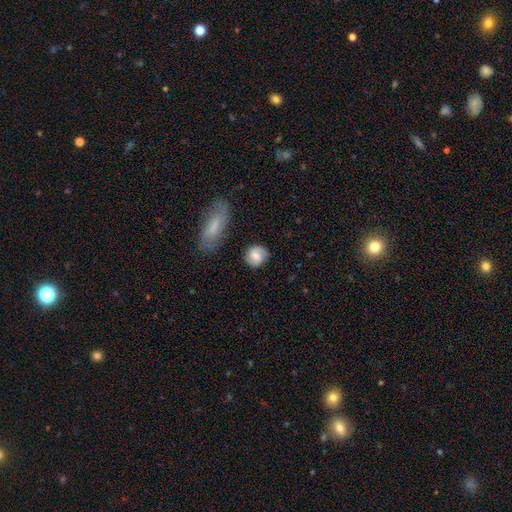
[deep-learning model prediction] smooth-or-featured: smooth: 56% | featured or disk: 37% | star or artifact: 8%
  how-rounded: round: 76% | in between: 22% | cigar-shaped: 2%
  merging: none: 79% | minor disturbance: 14% | major disturbance: 4% | merger: 3%